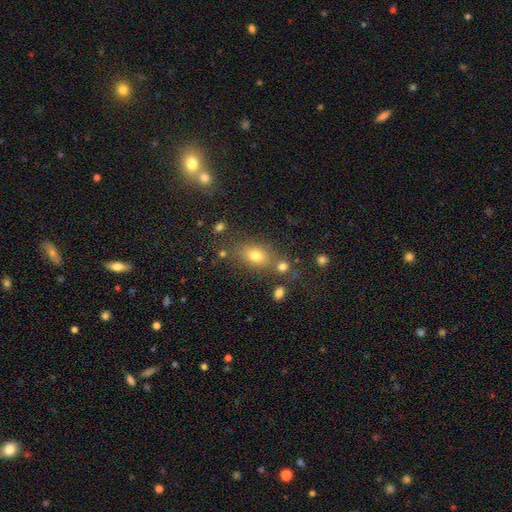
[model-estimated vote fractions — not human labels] Q: Smooth or featured?
A: smooth (74%); runner-up: star or artifact (14%)
Q: How rounded?
A: in between (71%); runner-up: round (27%)
Q: Merging?
A: none (69%); runner-up: minor disturbance (14%)